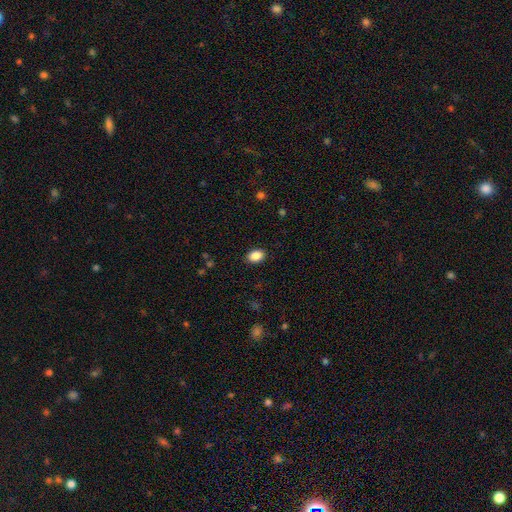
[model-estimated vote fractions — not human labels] Smooth or featured? smooth (89%)
How rounded? in between (84%)
Merging? none (89%)